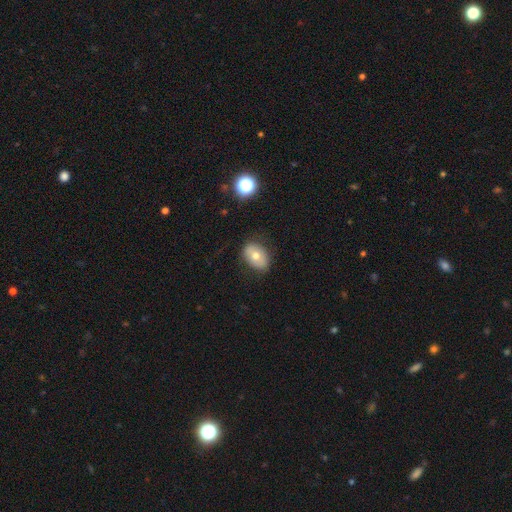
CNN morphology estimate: Smooth or featured? smooth (66%)
How rounded? in between (79%)
Merging? none (78%)